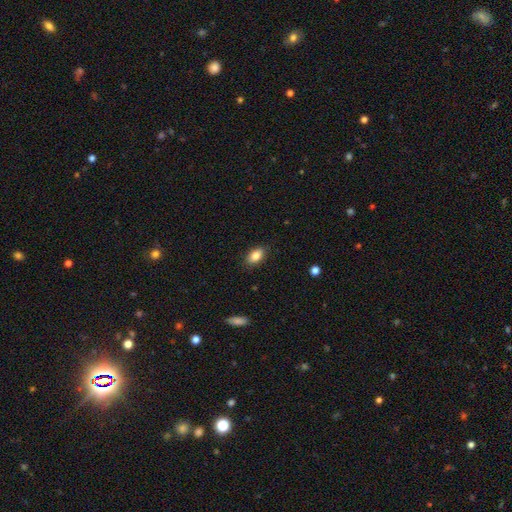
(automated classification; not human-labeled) A smooth galaxy with no disk features (85%) that is in between round and cigar-shaped (90%). Merging: none (87%).